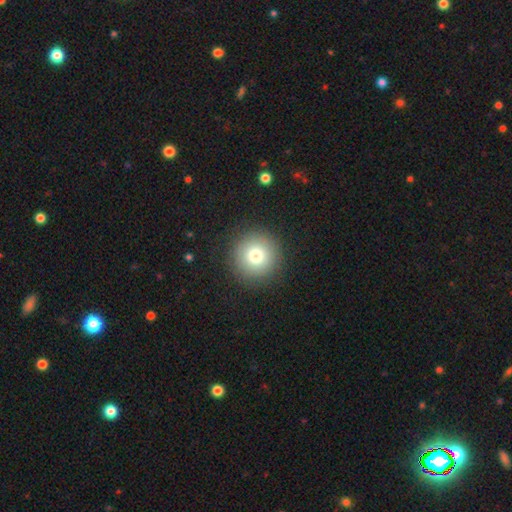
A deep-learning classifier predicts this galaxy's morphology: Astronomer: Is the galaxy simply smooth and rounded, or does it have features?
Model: smooth — 77%.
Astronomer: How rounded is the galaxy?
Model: round — 96%.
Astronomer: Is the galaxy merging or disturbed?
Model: none — 90%.